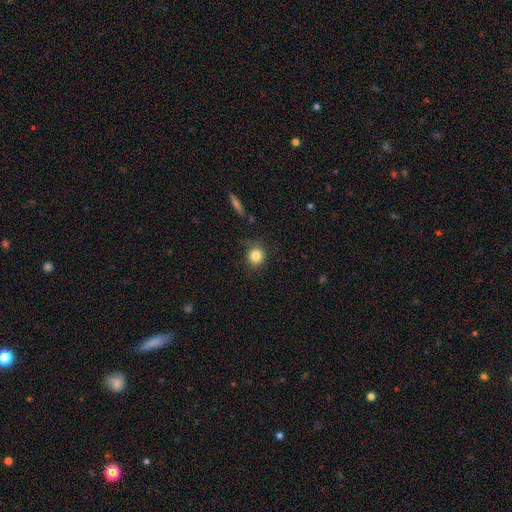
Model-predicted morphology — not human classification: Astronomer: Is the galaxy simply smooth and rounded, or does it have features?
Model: smooth — 83%.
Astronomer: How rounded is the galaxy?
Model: round — 85%.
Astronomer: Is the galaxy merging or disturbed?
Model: none — 81%.